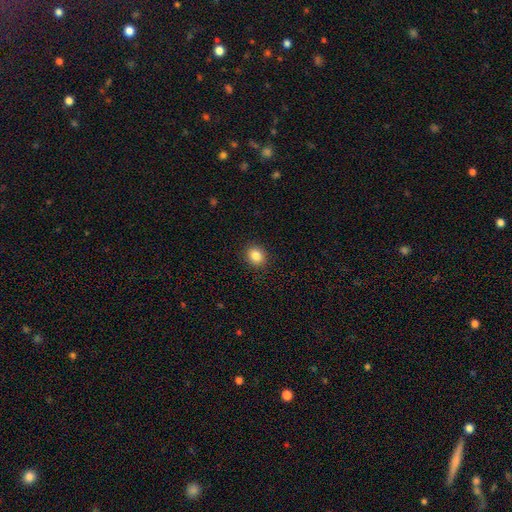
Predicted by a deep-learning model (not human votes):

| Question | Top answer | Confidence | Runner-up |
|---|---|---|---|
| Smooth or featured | smooth | 86% | star or artifact (10%) |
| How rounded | round | 69% | in between (30%) |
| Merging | none | 91% | minor disturbance (6%) |